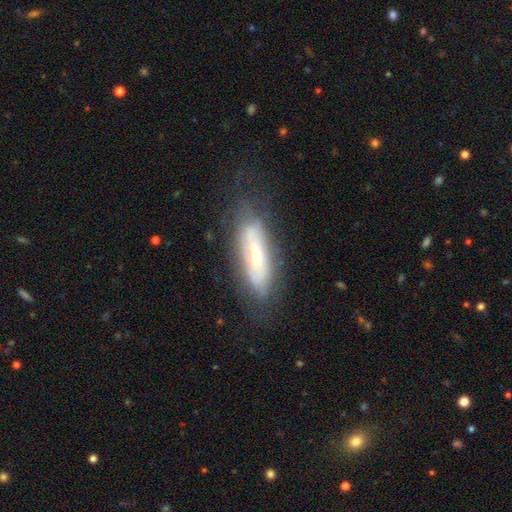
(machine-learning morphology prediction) Overall: featured or disk (55%; smooth 37%). Edge-on disk: no (67%; yes 33%). Merging: none (66%).